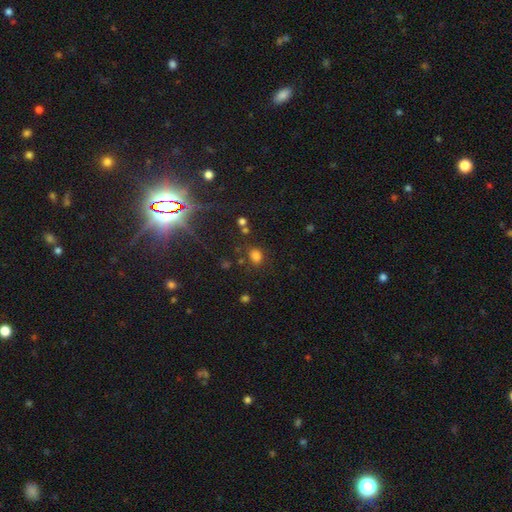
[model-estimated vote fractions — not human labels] smooth_or_featured: smooth (p=0.76) [alt: star or artifact p=0.19]
how_rounded: round (p=0.50) [alt: in between p=0.49]
merging: none (p=0.75) [alt: minor disturbance p=0.14]